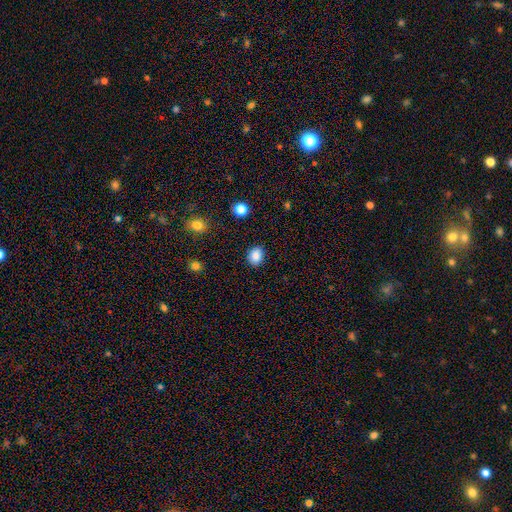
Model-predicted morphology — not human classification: A smooth galaxy with no disk features (86%) that is round (55%). Merging: none (88%).